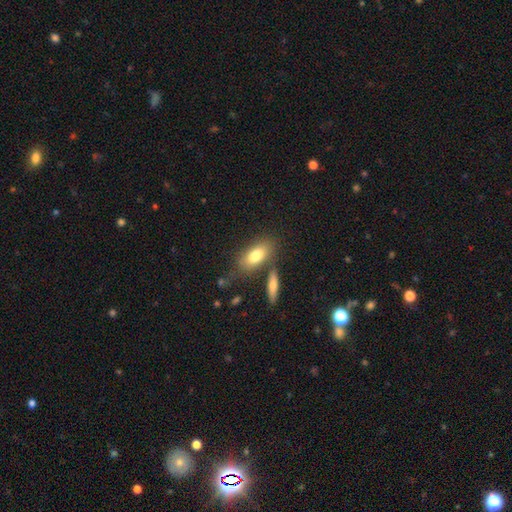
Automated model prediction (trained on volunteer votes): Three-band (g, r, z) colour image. It shows a smooth galaxy with no disk features (77%) that is in between round and cigar-shaped (84%). Merging: none (62%).